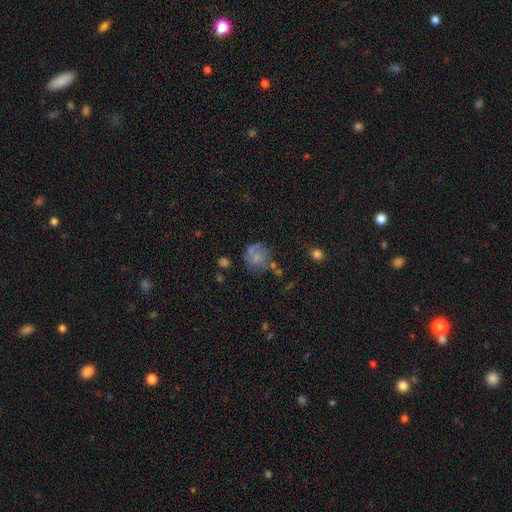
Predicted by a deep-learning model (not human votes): This appears to be a smooth galaxy with no disk features (57%) that is round (75%). Merging: none (42%).